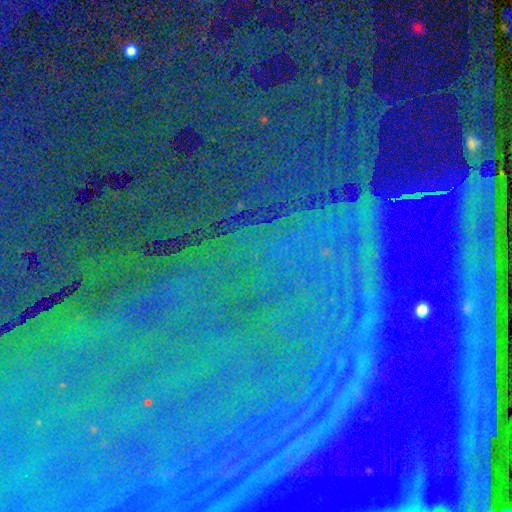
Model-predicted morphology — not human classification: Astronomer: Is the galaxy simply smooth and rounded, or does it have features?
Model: star or artifact — 86%.